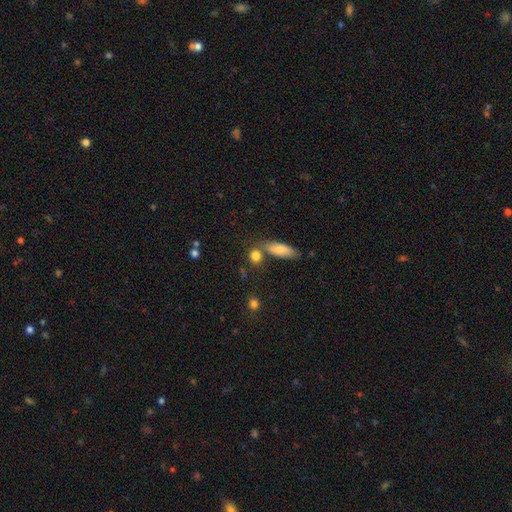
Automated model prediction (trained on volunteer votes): smooth-or-featured: smooth: 81% | star or artifact: 11% | featured or disk: 8%
  how-rounded: round: 63% | in between: 29% | cigar-shaped: 9%
  merging: none: 67% | merger: 18% | minor disturbance: 11% | major disturbance: 4%